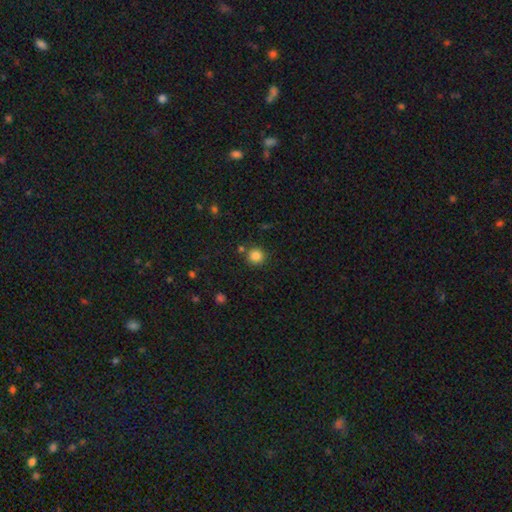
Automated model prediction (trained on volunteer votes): smooth-or-featured: smooth: 85% | star or artifact: 11% | featured or disk: 4%
  how-rounded: round: 94% | in between: 5% | cigar-shaped: 1%
  merging: none: 84% | minor disturbance: 7% | merger: 6% | major disturbance: 2%